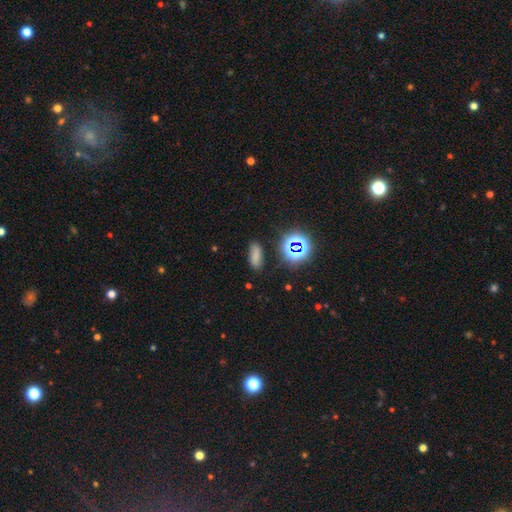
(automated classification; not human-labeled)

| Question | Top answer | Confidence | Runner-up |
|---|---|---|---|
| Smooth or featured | smooth | 69% | star or artifact (23%) |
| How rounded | in between | 72% | cigar-shaped (22%) |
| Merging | none | 78% | minor disturbance (15%) |